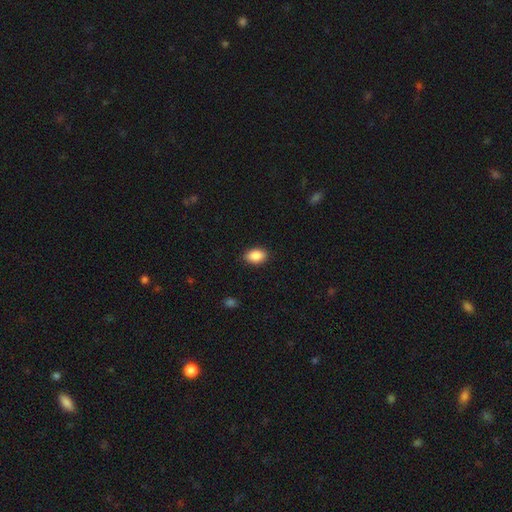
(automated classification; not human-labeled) Smooth or featured? Predicted: smooth (p=0.89). How rounded? Predicted: in between (p=0.89). Merging? Predicted: none (p=0.88).